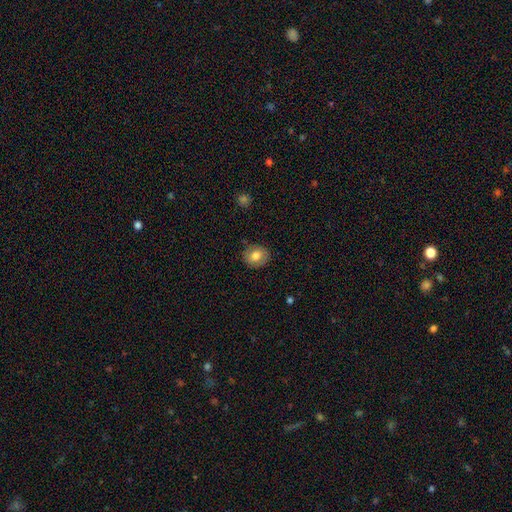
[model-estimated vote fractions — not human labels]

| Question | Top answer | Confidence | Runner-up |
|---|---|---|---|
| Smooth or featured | smooth | 78% | featured or disk (14%) |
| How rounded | round | 69% | in between (30%) |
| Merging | none | 86% | minor disturbance (10%) |